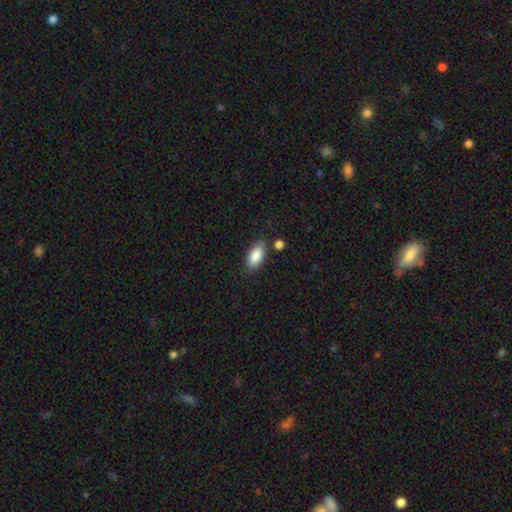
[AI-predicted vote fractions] This appears to be a smooth galaxy with no disk features (87%) that is in between round and cigar-shaped (90%). Merging: none (78%).